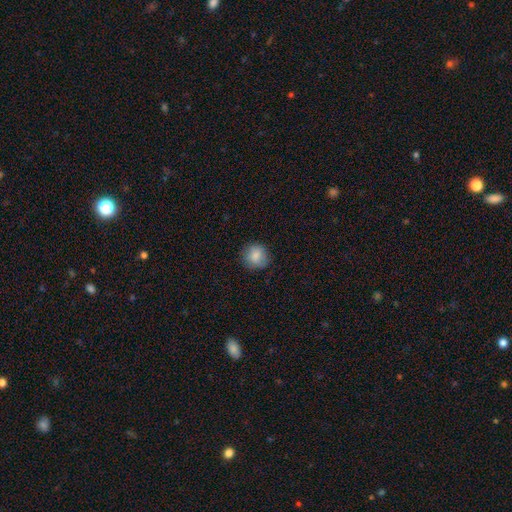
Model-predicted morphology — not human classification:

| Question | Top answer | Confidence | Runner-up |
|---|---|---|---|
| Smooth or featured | smooth | 85% | star or artifact (9%) |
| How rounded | round | 89% | in between (10%) |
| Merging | none | 84% | minor disturbance (13%) |